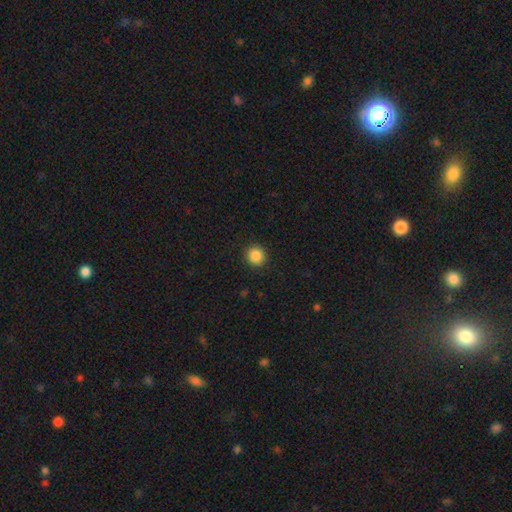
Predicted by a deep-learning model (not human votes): A smooth galaxy with no disk features (87%) that is round (92%).

Vote fractions:
- Smooth or featured? smooth: 87% / star or artifact: 10% / featured or disk: 3%
- How rounded? round: 92% / in between: 7% / cigar-shaped: 1%
- Merging? none: 92% / minor disturbance: 5% / major disturbance: 2% / merger: 1%